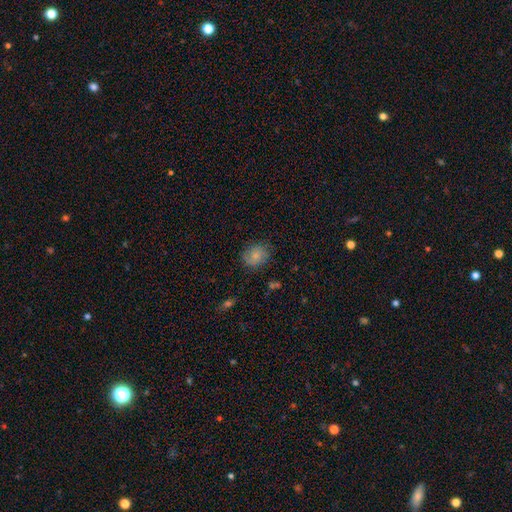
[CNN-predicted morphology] This is likely a smooth galaxy (73%). How rounded: likely round (70%). Merging: likely none (75%).